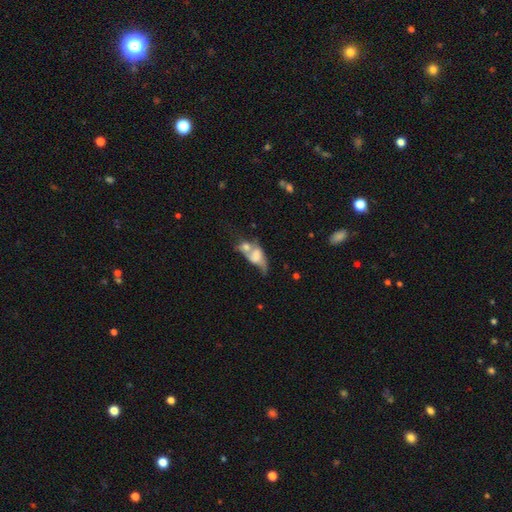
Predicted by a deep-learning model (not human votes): This appears to be a smooth galaxy with no disk features (46%). Merging: merger (61%).